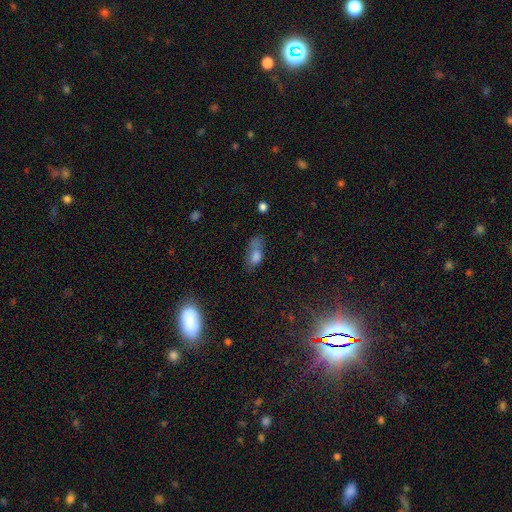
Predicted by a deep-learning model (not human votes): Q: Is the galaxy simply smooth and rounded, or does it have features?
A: smooth — 69%.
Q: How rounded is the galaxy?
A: in between — 81%.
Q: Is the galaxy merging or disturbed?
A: none — 37%.